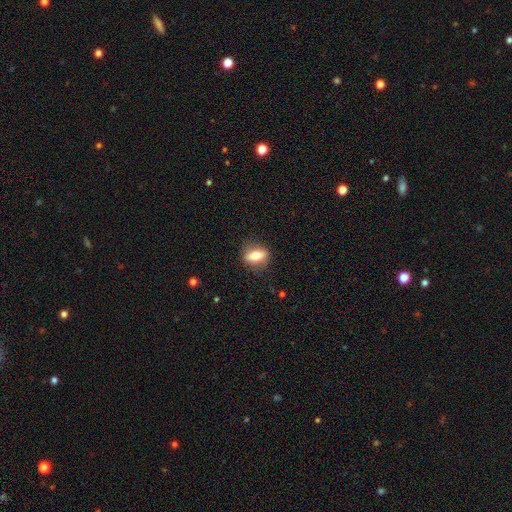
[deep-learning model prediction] smooth 57%, featured or disk 35%, star or artifact 8%. Down the decision tree: how rounded — in between (66%); merging — none (84%).